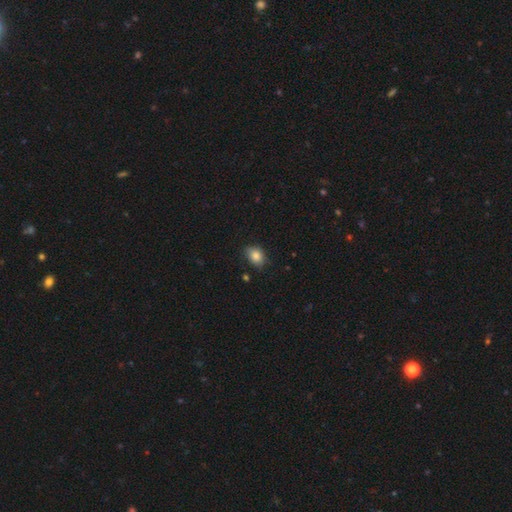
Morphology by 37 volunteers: Overall: smooth (92%). How rounded: in between (68%; round 32%). Merging: none (69%).